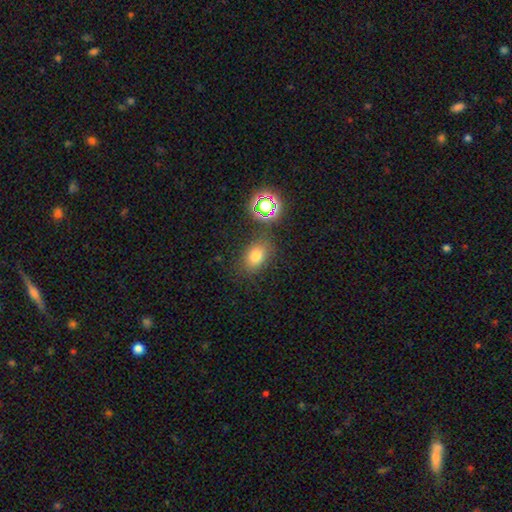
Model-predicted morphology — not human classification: The model was most divided on "how rounded": in between: 75%, round: 24%, cigar-shaped: 2%. More confident: merging — none (77%); smooth or featured — smooth (73%).